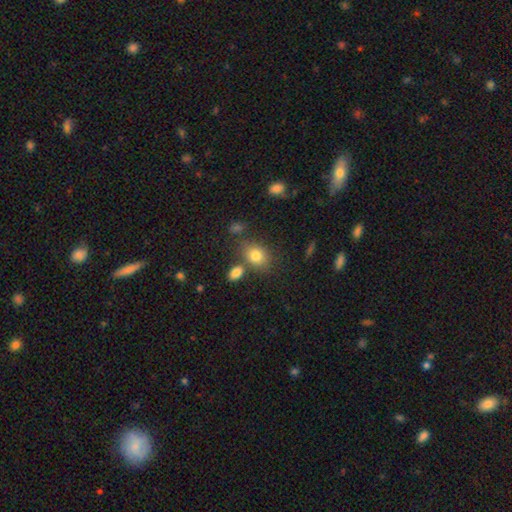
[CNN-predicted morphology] smooth 80%, star or artifact 10%, featured or disk 10%. Down the decision tree: how rounded — in between (65%); merging — none (66%).